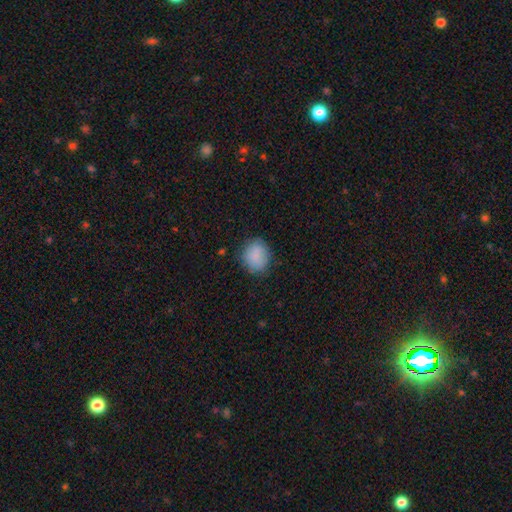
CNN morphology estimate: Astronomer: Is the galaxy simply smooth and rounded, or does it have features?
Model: smooth — 87%.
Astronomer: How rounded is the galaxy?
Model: round — 57% (runner-up: in between, 42%).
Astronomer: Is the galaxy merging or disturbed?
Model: none — 79%.